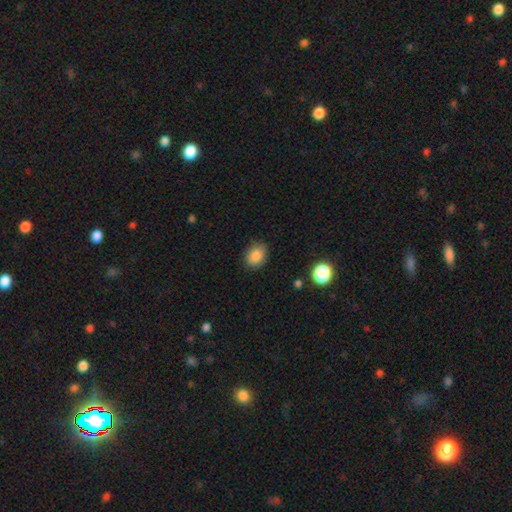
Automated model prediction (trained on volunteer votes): Overall: smooth (86%). How rounded: in between (59%; round 40%). Merging: none (85%).